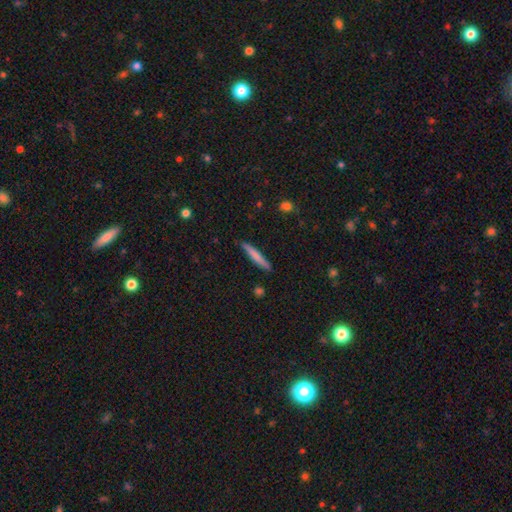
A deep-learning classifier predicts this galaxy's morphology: Smooth or featured: smooth — 70% (featured or disk — 24%)
How rounded: cigar-shaped — 95% (in between — 4%)
Merging: none — 88% (minor disturbance — 9%)